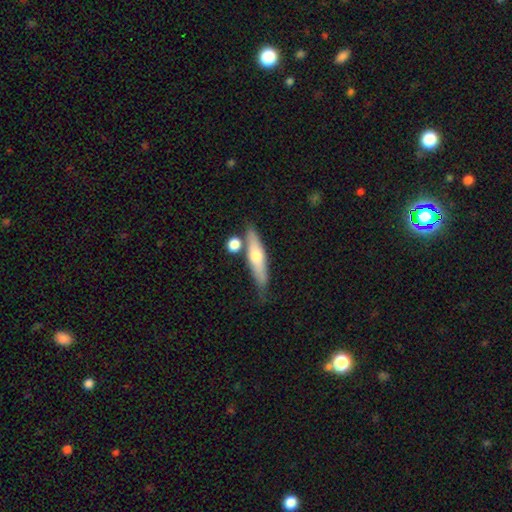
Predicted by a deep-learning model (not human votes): A smooth galaxy with no disk features (52%) that is cigar-shaped (76%).

Vote fractions:
- Smooth or featured? smooth: 52% / featured or disk: 42% / star or artifact: 6%
- How rounded? cigar-shaped: 76% / in between: 21% / round: 3%
- Merging? none: 68% / minor disturbance: 15% / merger: 12% / major disturbance: 4%